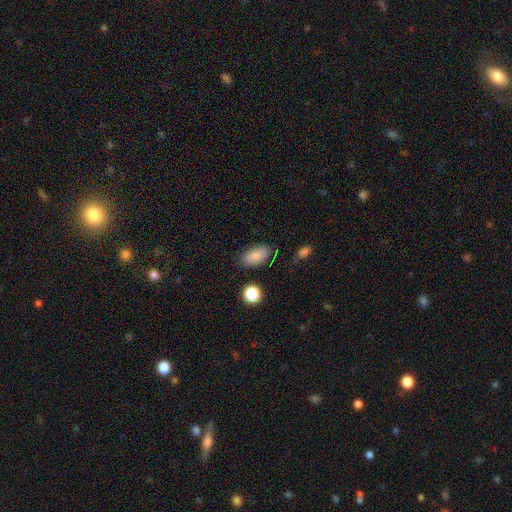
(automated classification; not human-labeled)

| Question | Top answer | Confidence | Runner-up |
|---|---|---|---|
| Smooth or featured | smooth | 83% | star or artifact (9%) |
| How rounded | in between | 91% | round (5%) |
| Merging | none | 78% | minor disturbance (15%) |